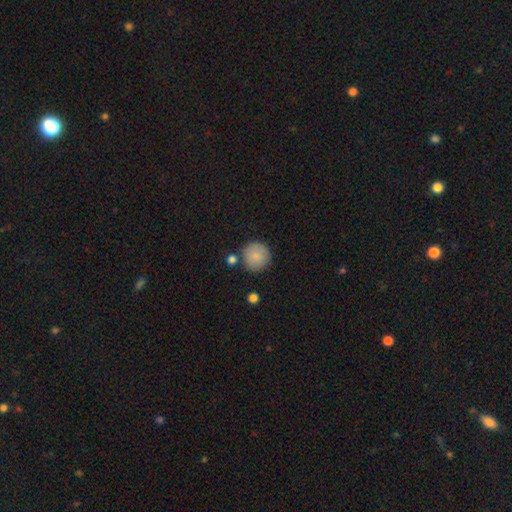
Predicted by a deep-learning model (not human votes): Morphology: type=smooth (86%); roundness=round (95%); merging=none (79%).